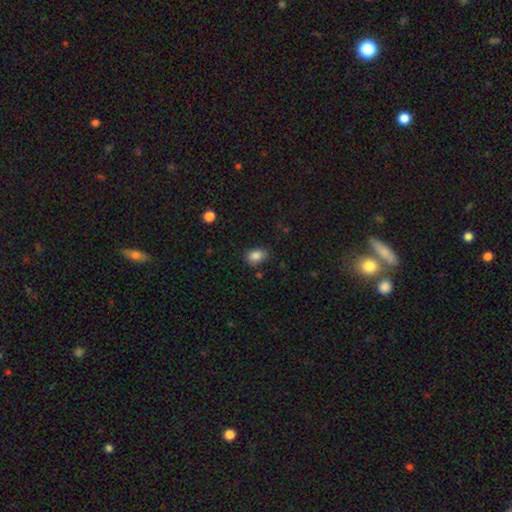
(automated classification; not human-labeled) A smooth galaxy with no disk features (86%) that is in between round and cigar-shaped (73%). Merging: none (75%).